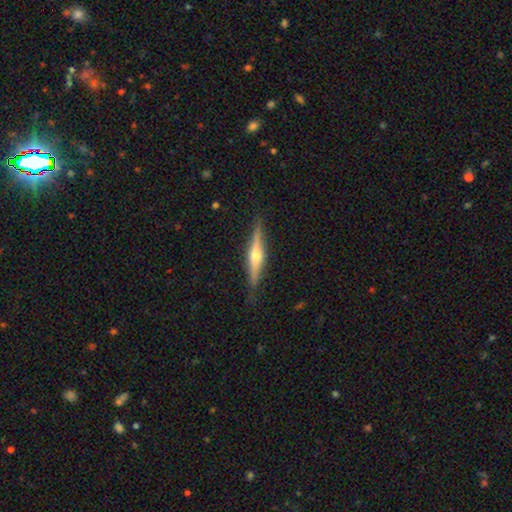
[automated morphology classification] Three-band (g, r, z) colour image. It shows a featured or disk galaxy (70%) viewed edge-on (97%) with a rounded central bulge (92%). Merging: none (88%).